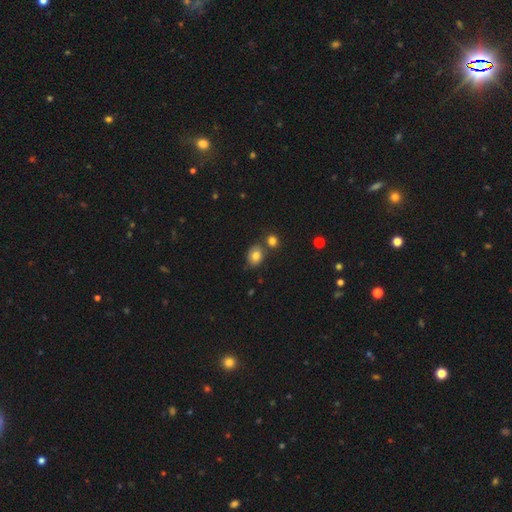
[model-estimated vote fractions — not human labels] This appears to be a smooth galaxy with no disk features (80%) that is in between round and cigar-shaped (59%). Merging: none (68%).